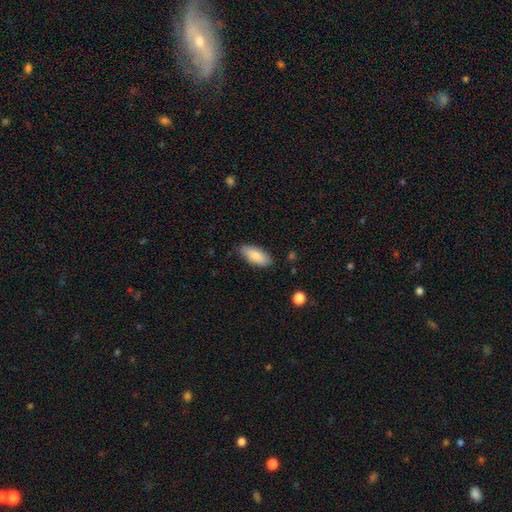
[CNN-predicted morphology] A smooth galaxy with no disk features (81%) that is in between round and cigar-shaped (85%). Merging: none (84%).